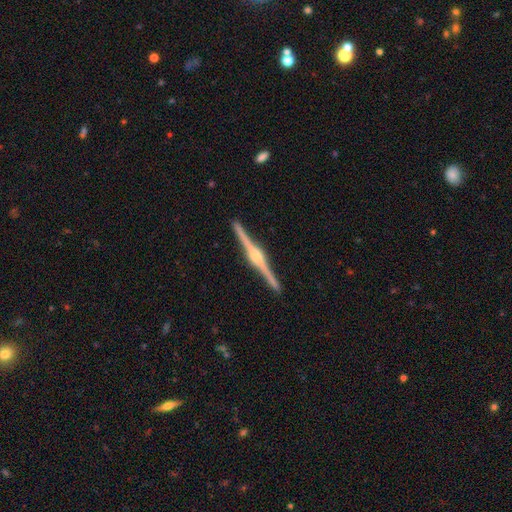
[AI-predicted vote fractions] The model was most divided on "edge-on bulge": rounded: 86%, boxy: 11%, none: 3%. More confident: edge-on disk — yes (99%); merging — none (92%); smooth or featured — featured or disk (90%).